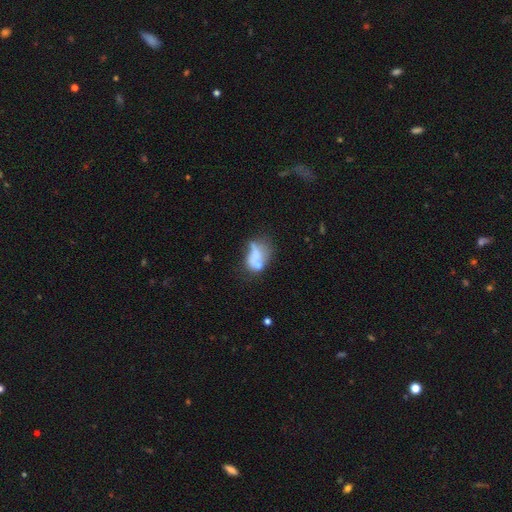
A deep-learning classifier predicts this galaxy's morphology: smooth 55%, featured or disk 34%, star or artifact 11%. Down the decision tree: how rounded — in between (83%); merging — merger (33%).